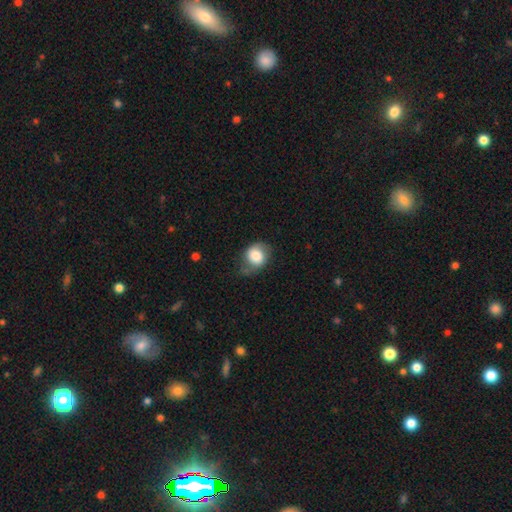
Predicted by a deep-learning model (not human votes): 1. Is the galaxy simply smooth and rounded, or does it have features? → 72% smooth, 20% featured or disk, 8% star or artifact.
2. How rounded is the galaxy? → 63% round, 36% in between, 1% cigar-shaped.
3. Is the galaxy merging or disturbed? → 52% none, 32% minor disturbance, 14% major disturbance, 2% merger.